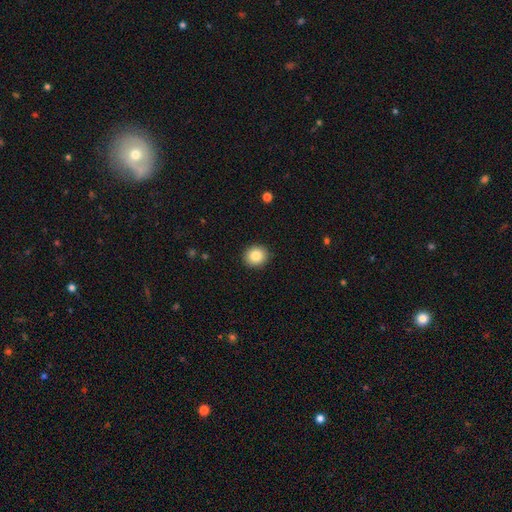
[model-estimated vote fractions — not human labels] Smooth or featured: smooth — 85% (star or artifact — 9%)
How rounded: round — 83% (in between — 16%)
Merging: none — 91% (minor disturbance — 6%)